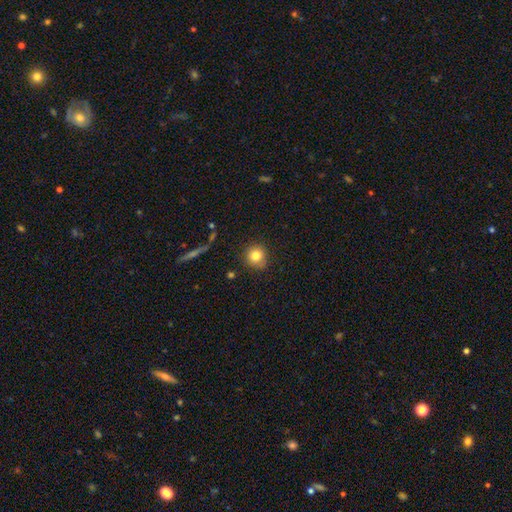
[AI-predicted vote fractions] Smooth or featured? Predicted: smooth (p=0.81). How rounded? Predicted: round (p=0.91). Merging? Predicted: none (p=0.85).